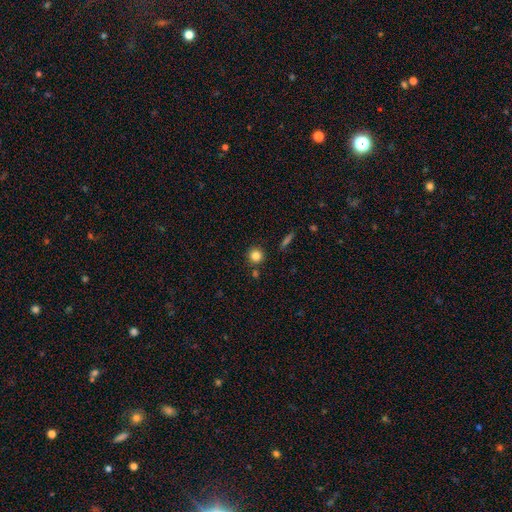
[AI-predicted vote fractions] Smooth or featured?
  - smooth: 84% *
  - star or artifact: 11%
  - featured or disk: 5%
How rounded?
  - round: 93% *
  - in between: 6%
  - cigar-shaped: 1%
Merging?
  - none: 82% *
  - minor disturbance: 8%
  - merger: 7%
  - major disturbance: 3%